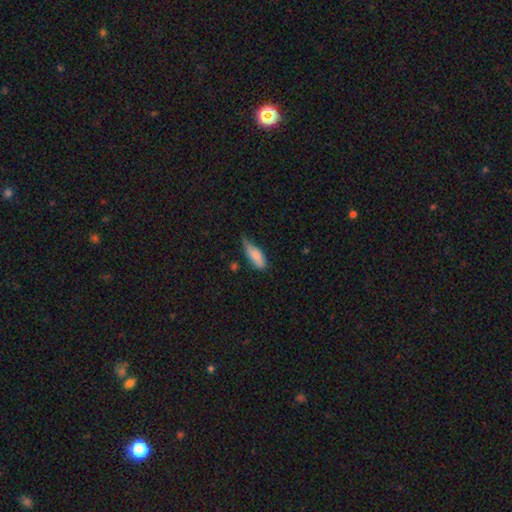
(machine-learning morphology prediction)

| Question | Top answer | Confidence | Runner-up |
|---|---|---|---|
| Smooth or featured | smooth | 80% | featured or disk (14%) |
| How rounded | in between | 64% | cigar-shaped (34%) |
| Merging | minor disturbance | 49% | none (37%) |